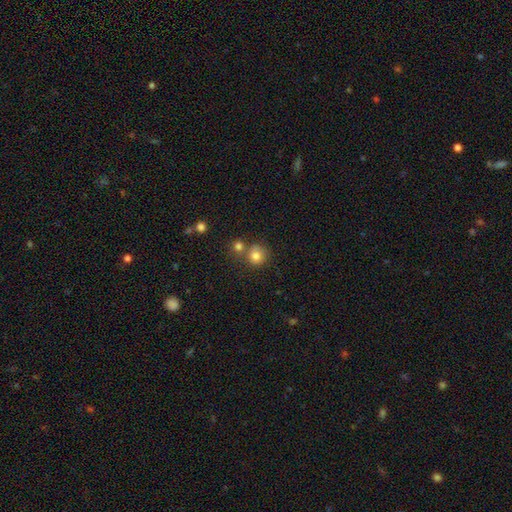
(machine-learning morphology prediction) This appears to be a smooth galaxy with no disk features (81%) that is round (90%). Merging: none (62%).